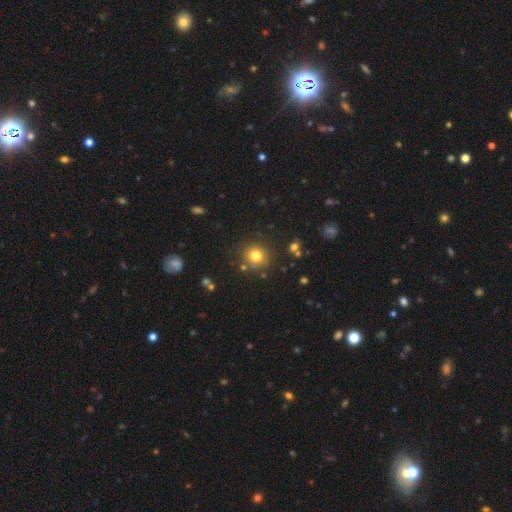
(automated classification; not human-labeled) A smooth galaxy with no disk features (78%) that is round (89%). Merging: none (81%).